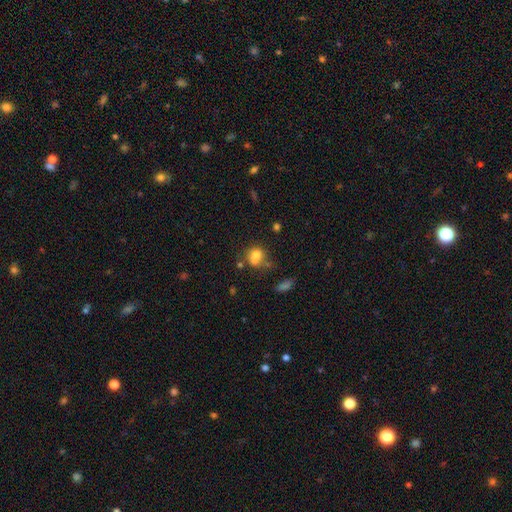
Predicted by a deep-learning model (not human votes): smooth-or-featured: smooth: 73% | featured or disk: 15% | star or artifact: 13%
  how-rounded: round: 63% | in between: 36% | cigar-shaped: 1%
  merging: none: 40% | merger: 30% | minor disturbance: 19% | major disturbance: 11%